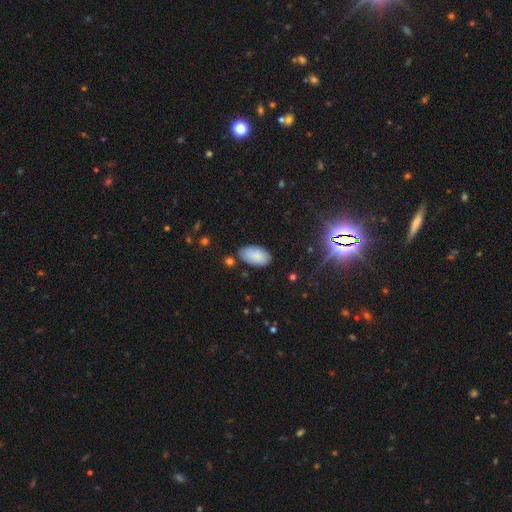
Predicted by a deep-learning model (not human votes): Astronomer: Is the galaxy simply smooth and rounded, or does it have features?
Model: smooth — 85%.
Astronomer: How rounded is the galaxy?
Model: in between — 95%.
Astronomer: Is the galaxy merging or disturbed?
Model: none — 78%.